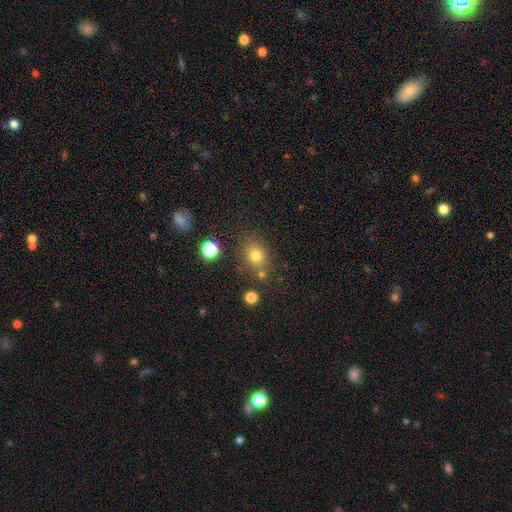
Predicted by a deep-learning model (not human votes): Smooth or featured: smooth — 76% (star or artifact — 15%)
How rounded: round — 61% (in between — 38%)
Merging: none — 74% (minor disturbance — 13%)